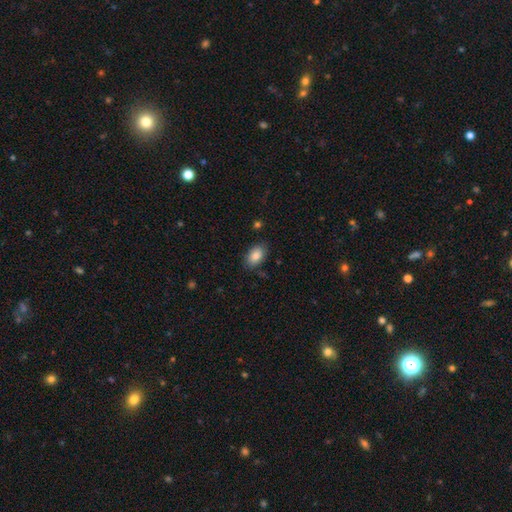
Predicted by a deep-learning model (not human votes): Smooth or featured: smooth — 87% (star or artifact — 7%)
How rounded: in between — 92% (round — 7%)
Merging: none — 84% (minor disturbance — 11%)